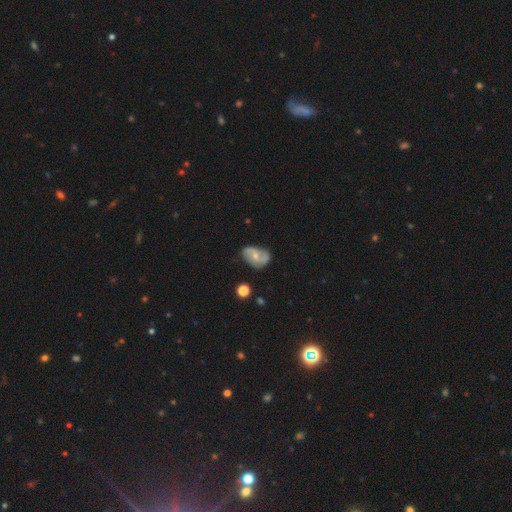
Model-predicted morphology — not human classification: Smooth or featured: featured or disk — 71% (smooth — 22%)
Edge-on disk: no — 97% (yes — 3%)
Bar: no — 57% (weak — 35%)
Spiral arms: yes — 89% (no — 11%)
Spiral winding: medium — 44% (loose — 35%)
Spiral arm count: 2 — 72% (can't tell — 12%)
Bulge size: small — 56% (moderate — 39%)
Merging: none — 59% (minor disturbance — 28%)